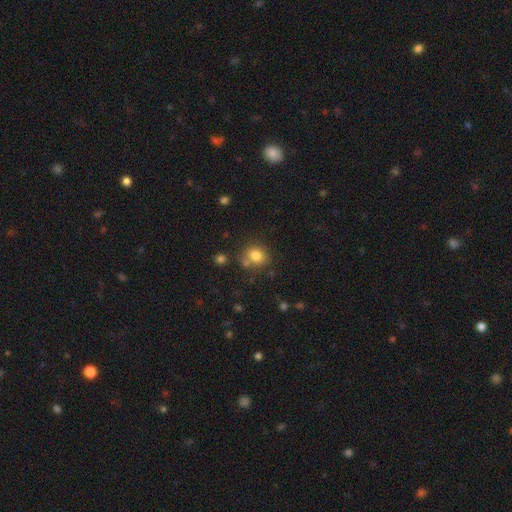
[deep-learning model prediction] Smooth or featured? smooth (79%)
How rounded? round (66%)
Merging? none (69%)